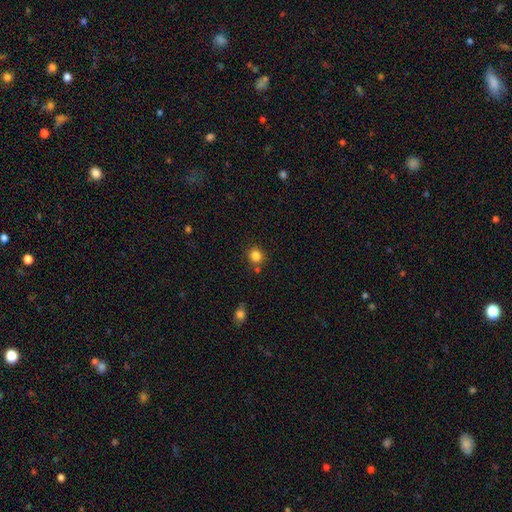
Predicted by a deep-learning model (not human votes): smooth 84%, star or artifact 12%, featured or disk 5%. Down the decision tree: how rounded — round (84%); merging — none (79%).